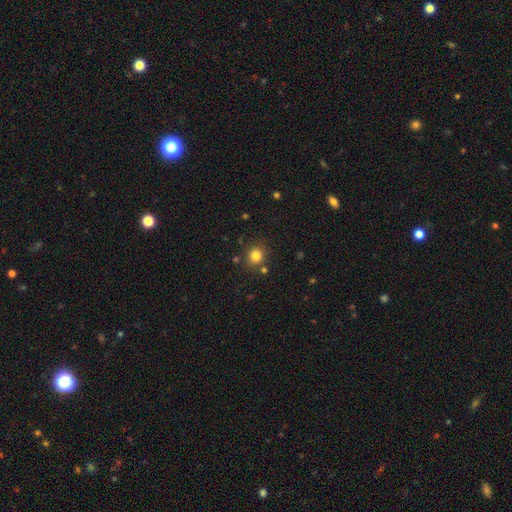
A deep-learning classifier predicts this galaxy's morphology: This appears to be a smooth galaxy with no disk features (82%) that is round (84%). Merging: none (81%).